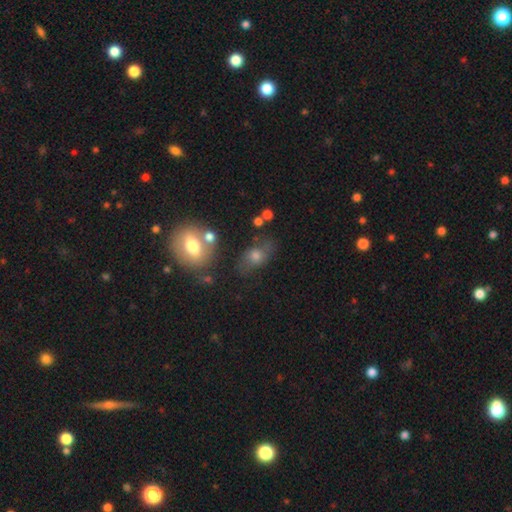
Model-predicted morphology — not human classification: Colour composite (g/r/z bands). It shows a smooth galaxy with no disk features (63%) that is in between round and cigar-shaped (72%). Merging: none (61%).